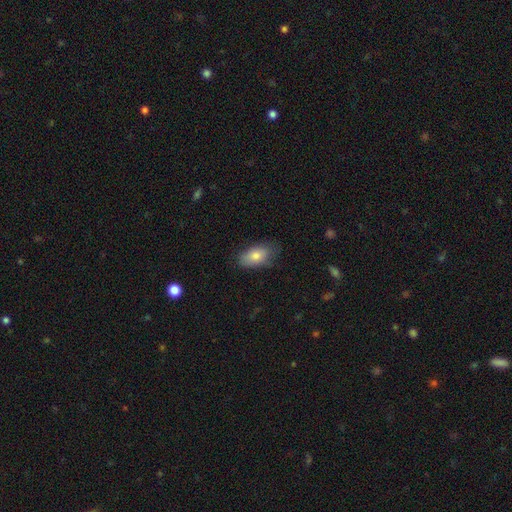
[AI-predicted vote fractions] smooth 79%, featured or disk 13%, star or artifact 7%. Down the decision tree: how rounded — in between (91%); merging — none (74%).